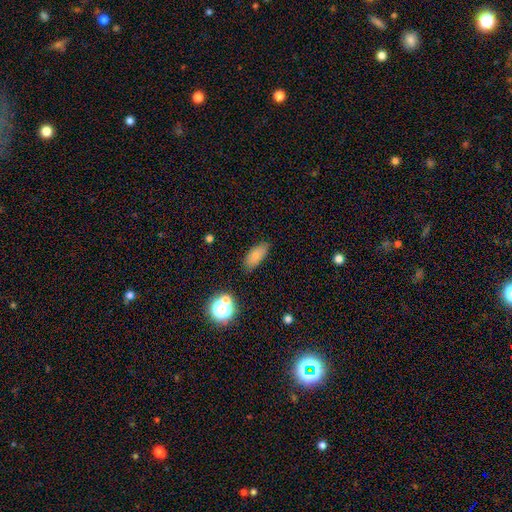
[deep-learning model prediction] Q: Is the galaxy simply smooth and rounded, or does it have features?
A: smooth — 80%.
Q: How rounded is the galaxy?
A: in between — 80%.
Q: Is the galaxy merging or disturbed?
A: none — 80%.